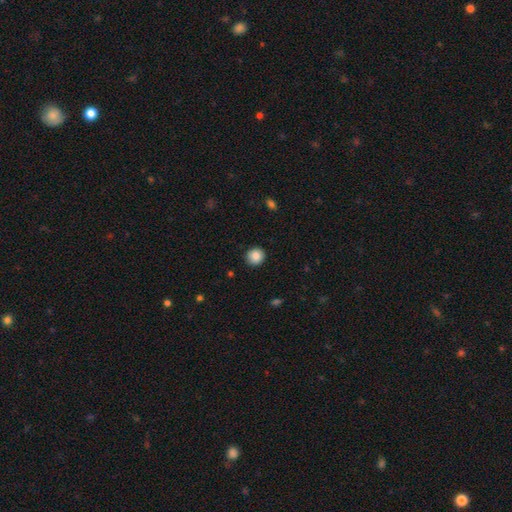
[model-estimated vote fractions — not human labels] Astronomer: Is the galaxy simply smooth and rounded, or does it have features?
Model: smooth — 86%.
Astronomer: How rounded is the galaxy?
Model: round — 92%.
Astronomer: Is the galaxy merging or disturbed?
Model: none — 90%.